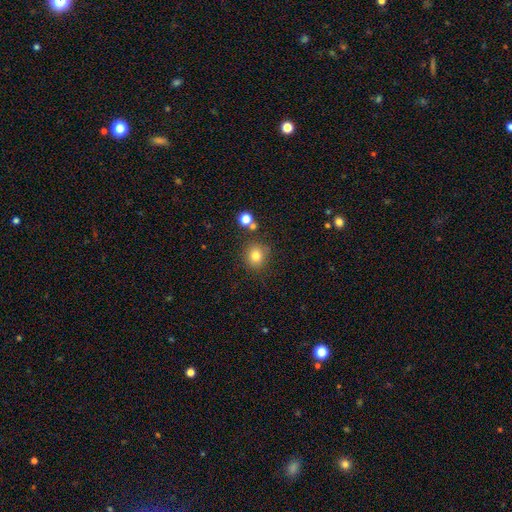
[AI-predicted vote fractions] This appears to be a smooth galaxy with no disk features (81%) that is round (85%). Merging: none (79%).